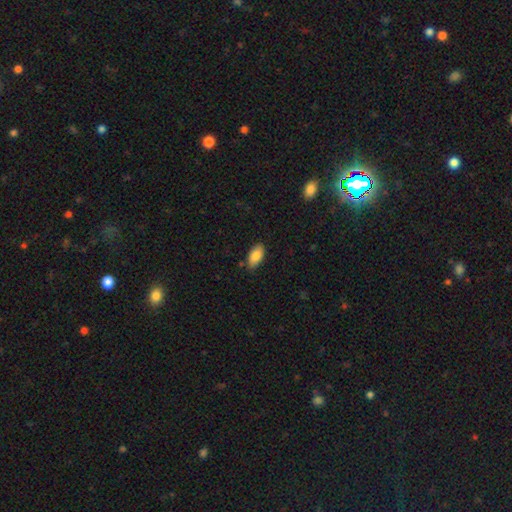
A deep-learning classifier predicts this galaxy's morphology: A smooth galaxy with no disk features (85%) that is in between round and cigar-shaped (92%). Merging: none (83%).